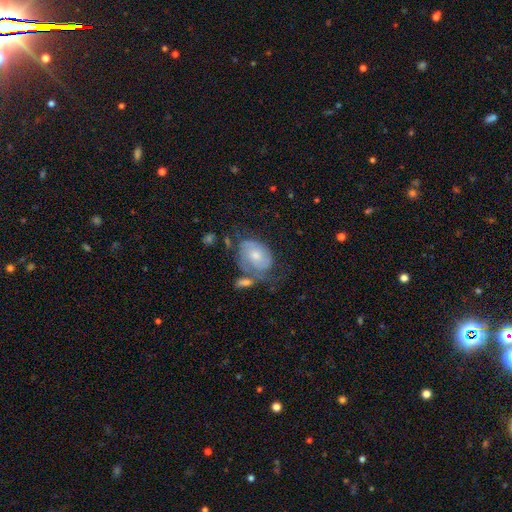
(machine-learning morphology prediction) smooth-or-featured: featured or disk: 55% | smooth: 38% | star or artifact: 7%
  disk-edge-on: no: 96% | yes: 4%
    bar: no: 78% | weak: 19% | strong: 3%
    has-spiral-arms: yes: 74% | no: 26%
    bulge-size: moderate: 55% | small: 36% | large: 5% | none: 3% | dominant: 1%
  merging: none: 37% | minor disturbance: 26% | major disturbance: 21% | merger: 16%